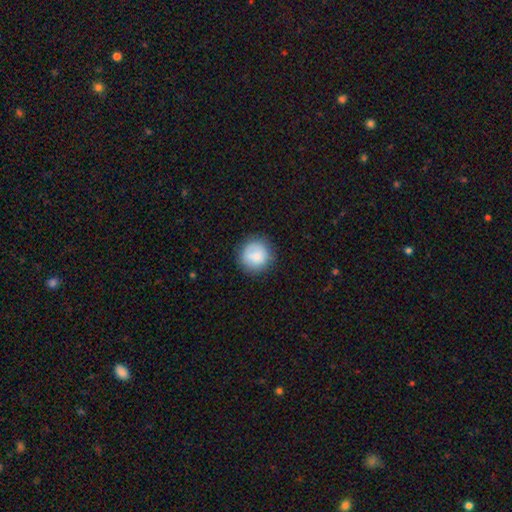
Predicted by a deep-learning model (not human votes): This appears to be a smooth galaxy with no disk features (82%) that is round (92%). Merging: none (81%).